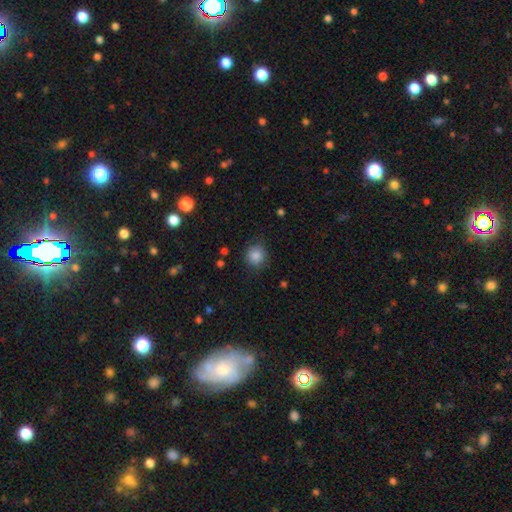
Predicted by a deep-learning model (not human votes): A smooth galaxy with no disk features (86%) that is round (91%). Merging: none (84%).